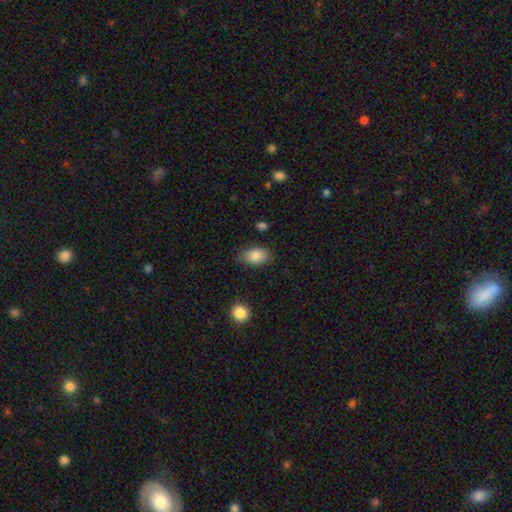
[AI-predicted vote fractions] Overall: smooth (85%). How rounded: in between (87%). Merging: none (81%).